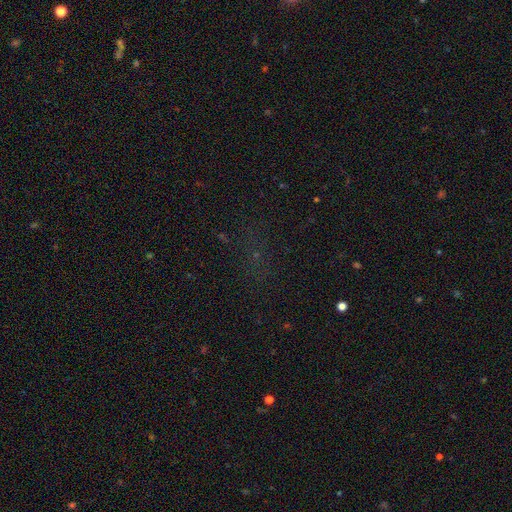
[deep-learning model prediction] Smooth or featured? Predicted: star or artifact (p=0.63).